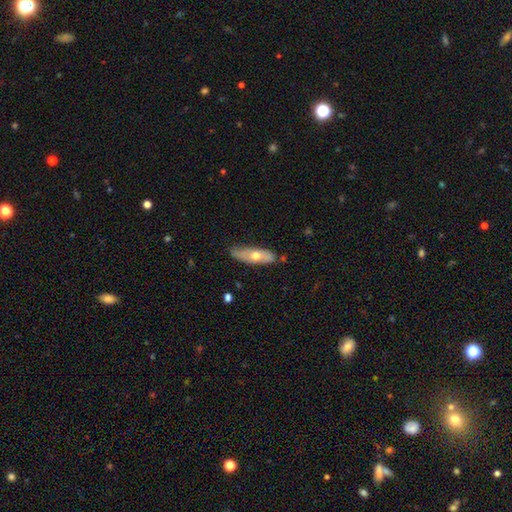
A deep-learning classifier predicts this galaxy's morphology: Overall: smooth (53%; featured or disk 41%). How rounded: in between (53%; cigar-shaped 44%). Merging: none (71%).